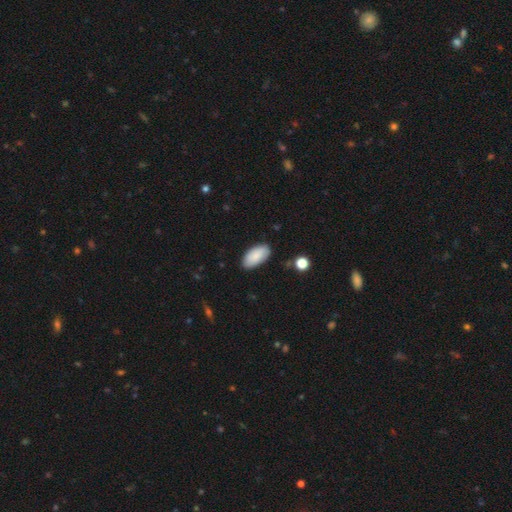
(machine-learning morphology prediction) A smooth galaxy with no disk features (86%) that is in between round and cigar-shaped (94%). Merging: none (83%).